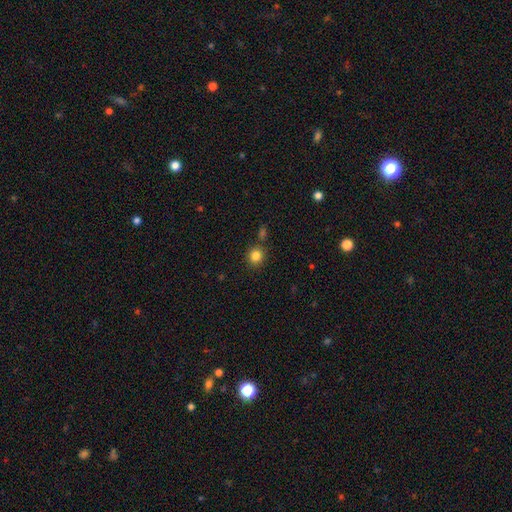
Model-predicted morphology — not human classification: This is clearly a smooth galaxy (83%). How rounded: clearly round (88%). Merging: clearly none (83%).